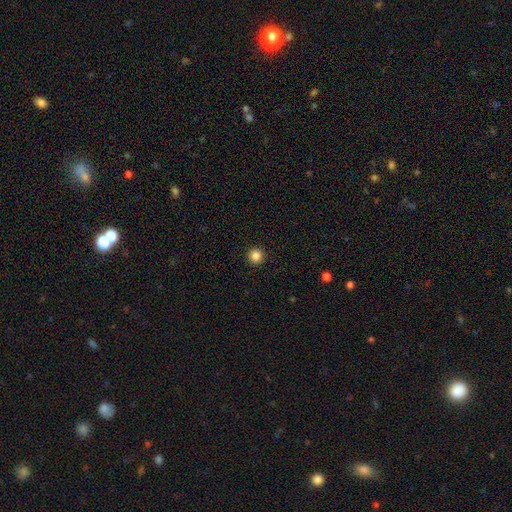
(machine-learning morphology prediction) This appears to be a smooth galaxy with no disk features (86%) that is round (96%). Merging: none (94%).